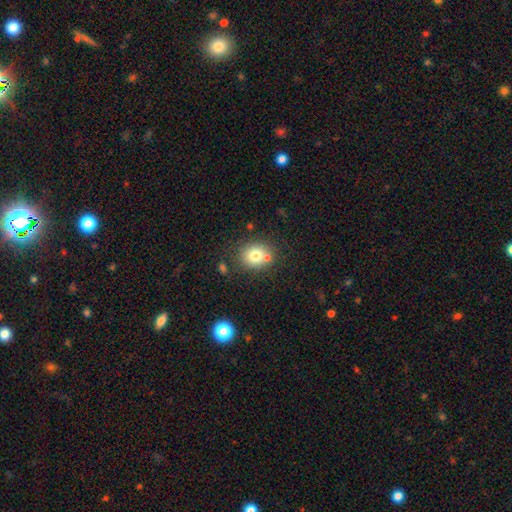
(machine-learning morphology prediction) This appears to be a smooth galaxy with no disk features (76%) that is round (68%). Merging: none (68%).